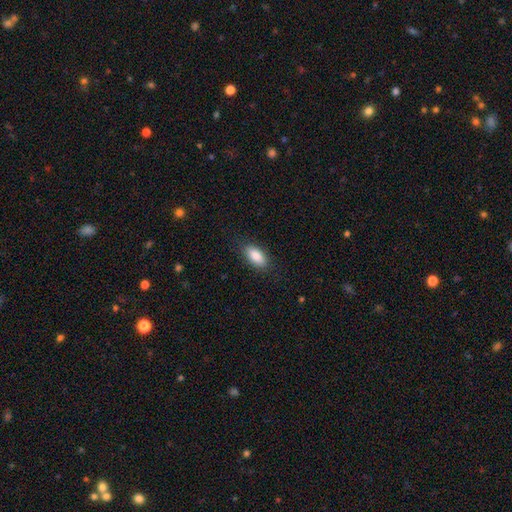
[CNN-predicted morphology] Q: Smooth or featured?
A: smooth (87%); runner-up: star or artifact (7%)
Q: How rounded?
A: in between (89%); runner-up: cigar-shaped (8%)
Q: Merging?
A: none (85%); runner-up: minor disturbance (11%)